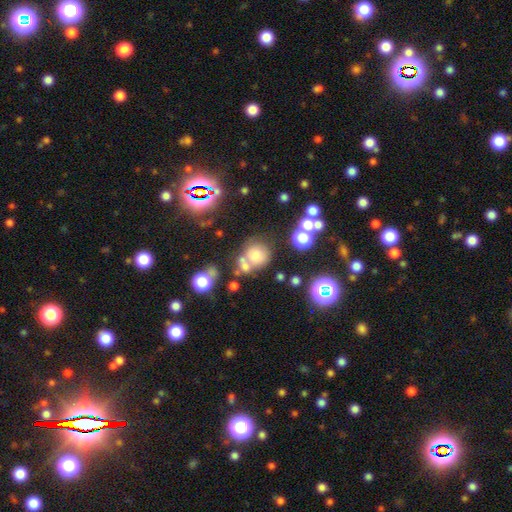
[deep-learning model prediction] Smooth or featured?
  - smooth: 65% *
  - star or artifact: 19%
  - featured or disk: 17%
How rounded?
  - round: 83% *
  - in between: 16%
  - cigar-shaped: 1%
Merging?
  - none: 47% *
  - merger: 32%
  - minor disturbance: 13%
  - major disturbance: 8%